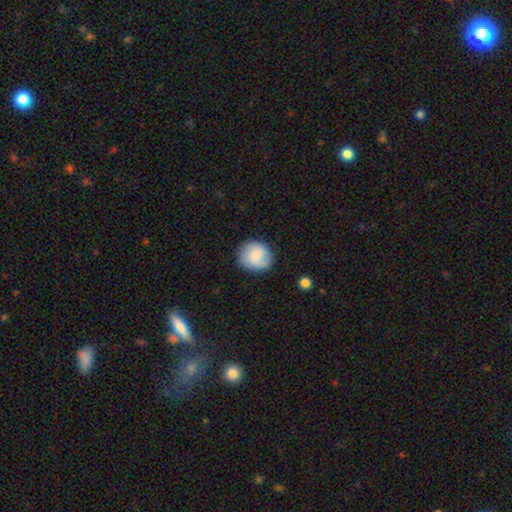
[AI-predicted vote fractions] A smooth galaxy with no disk features (69%) that is round (77%). Merging: none (79%).